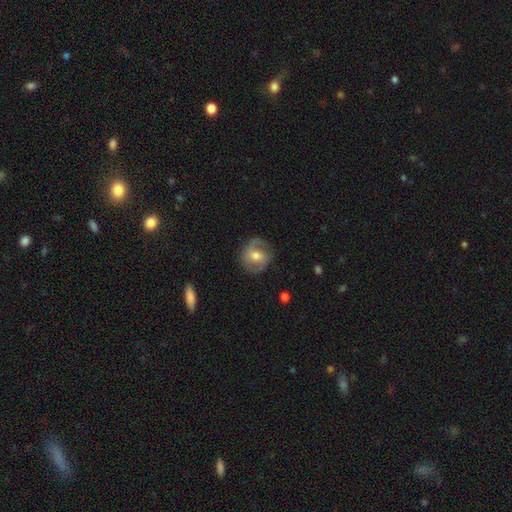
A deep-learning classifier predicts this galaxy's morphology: smooth-or-featured: featured or disk: 50% | smooth: 43% | star or artifact: 7%
  merging: none: 74% | minor disturbance: 17% | major disturbance: 7% | merger: 1%